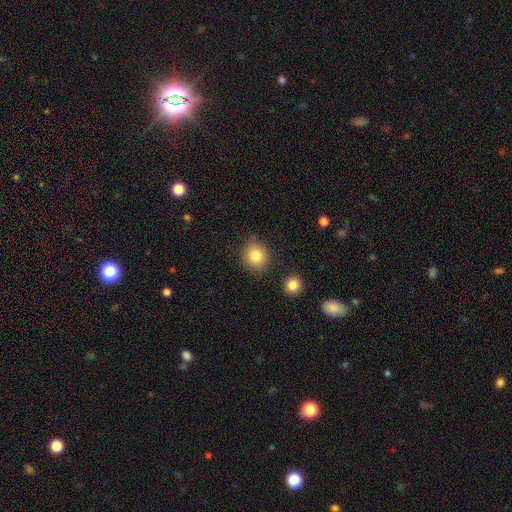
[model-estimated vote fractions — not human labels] Morphology: type=smooth (85%); roundness=round (85%); merging=none (83%).